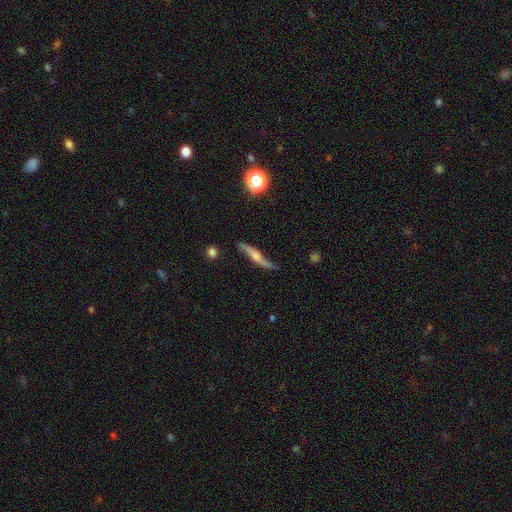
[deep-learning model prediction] A featured or disk galaxy (68%) viewed edge-on (65%). Merging: none (68%).